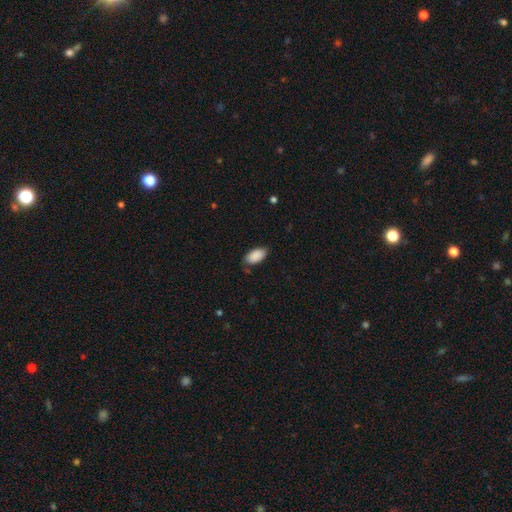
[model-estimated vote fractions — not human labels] This is clearly a smooth galaxy (90%). How rounded: clearly in between (95%). Merging: clearly none (80%).